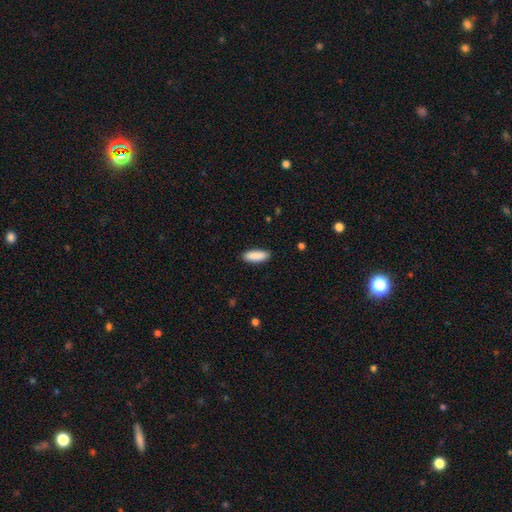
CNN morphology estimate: The model was most divided on "how rounded": in between: 66%, cigar-shaped: 33%, round: 2%. More confident: smooth or featured — smooth (90%); merging — none (90%).